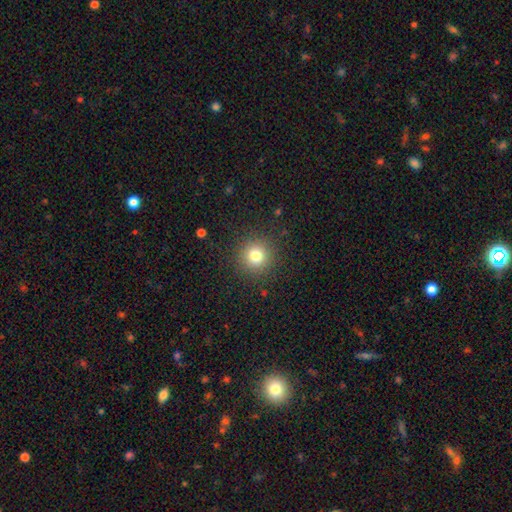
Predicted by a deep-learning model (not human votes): Smooth or featured: smooth — 79% (star or artifact — 13%)
How rounded: round — 94% (in between — 5%)
Merging: none — 90% (minor disturbance — 6%)